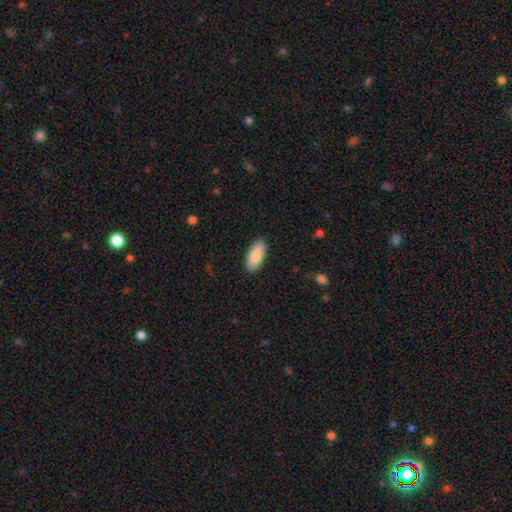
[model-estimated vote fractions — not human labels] smooth_or_featured: smooth (p=0.87) [alt: featured or disk p=0.07]
how_rounded: in between (p=0.86) [alt: cigar-shaped p=0.12]
merging: none (p=0.89) [alt: minor disturbance p=0.08]